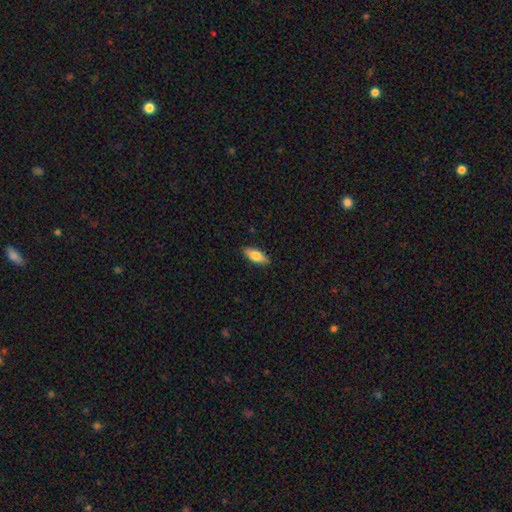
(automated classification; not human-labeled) Smooth or featured: smooth — 73% (featured or disk — 21%)
How rounded: in between — 76% (cigar-shaped — 22%)
Merging: none — 89% (minor disturbance — 8%)